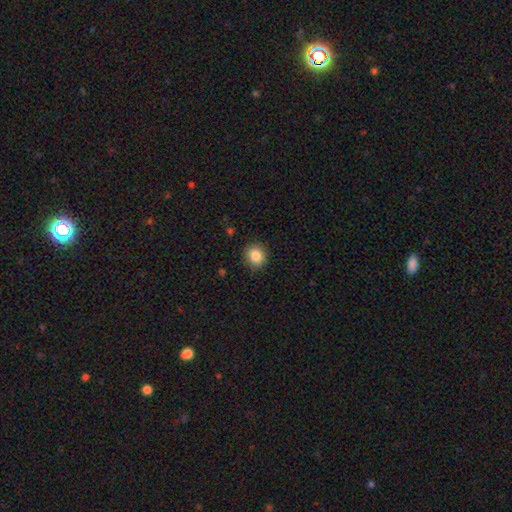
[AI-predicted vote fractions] Q: Smooth or featured?
A: smooth (85%); runner-up: star or artifact (10%)
Q: How rounded?
A: round (82%); runner-up: in between (17%)
Q: Merging?
A: none (89%); runner-up: minor disturbance (8%)